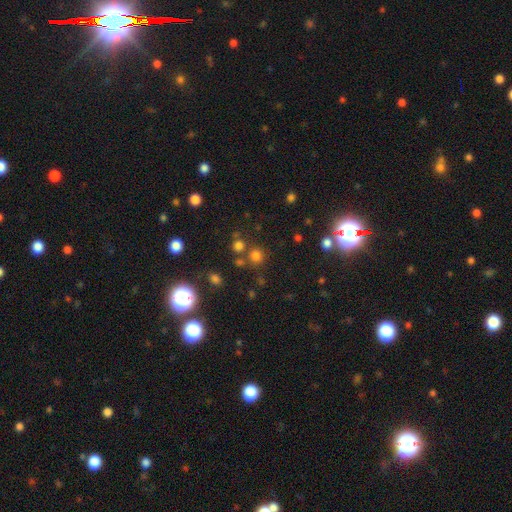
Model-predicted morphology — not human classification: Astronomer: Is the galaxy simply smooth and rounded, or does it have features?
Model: smooth — 69%.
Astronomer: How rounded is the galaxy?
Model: round — 89%.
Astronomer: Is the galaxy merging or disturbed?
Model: none — 73%.